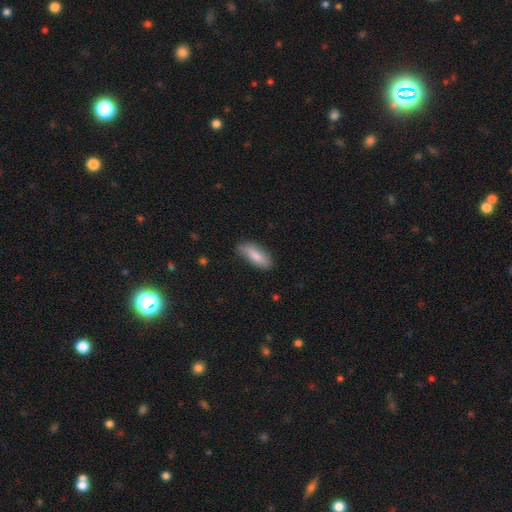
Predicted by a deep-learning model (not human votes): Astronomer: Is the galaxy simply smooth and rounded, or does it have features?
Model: smooth — 80%.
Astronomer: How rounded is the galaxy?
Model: in between — 68%.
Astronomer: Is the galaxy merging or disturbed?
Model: none — 73%.